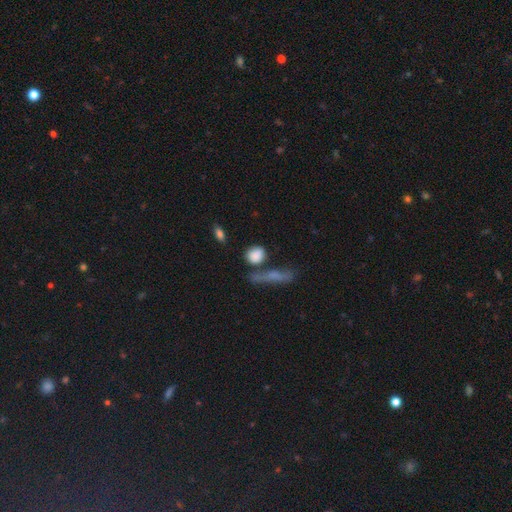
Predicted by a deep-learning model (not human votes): Smooth or featured?
  - smooth: 84% *
  - star or artifact: 9%
  - featured or disk: 7%
How rounded?
  - round: 61% *
  - in between: 33%
  - cigar-shaped: 6%
Merging?
  - none: 58% *
  - merger: 18%
  - minor disturbance: 16%
  - major disturbance: 8%